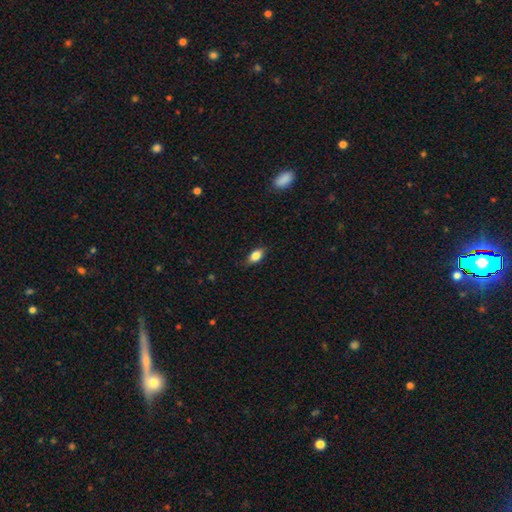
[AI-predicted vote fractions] Smooth or featured?
  - smooth: 82% *
  - featured or disk: 10%
  - star or artifact: 8%
How rounded?
  - in between: 85% *
  - round: 8%
  - cigar-shaped: 6%
Merging?
  - none: 79% *
  - minor disturbance: 17%
  - major disturbance: 3%
  - merger: 1%